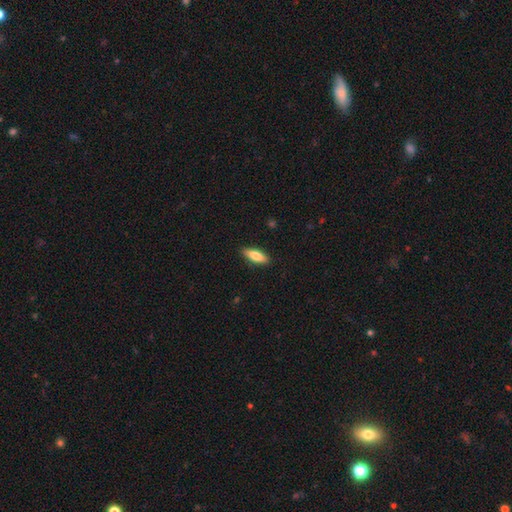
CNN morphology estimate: smooth 75%, featured or disk 19%, star or artifact 6%. Down the decision tree: how rounded — in between (60%); merging — none (88%).